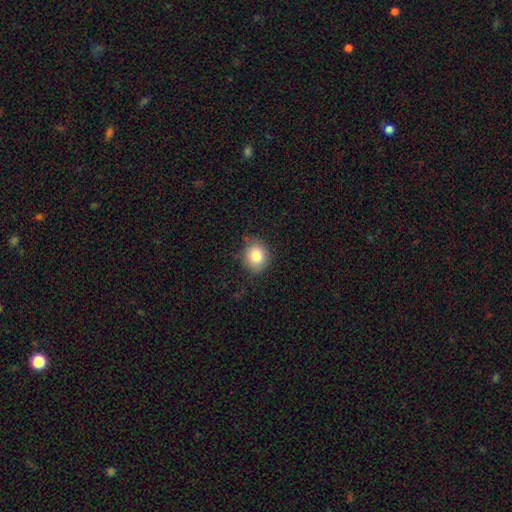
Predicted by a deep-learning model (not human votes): smooth_or_featured: smooth (p=0.83) [alt: star or artifact p=0.10]
how_rounded: round (p=0.75) [alt: in between p=0.24]
merging: none (p=0.82) [alt: minor disturbance p=0.14]